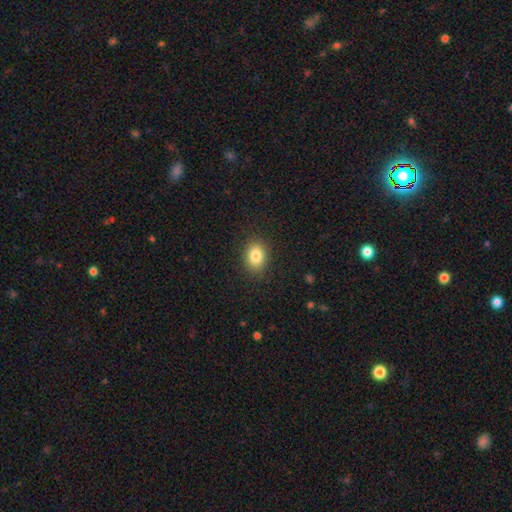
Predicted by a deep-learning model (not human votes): Morphology: type=smooth (84%); roundness=in between (66%); merging=none (88%).